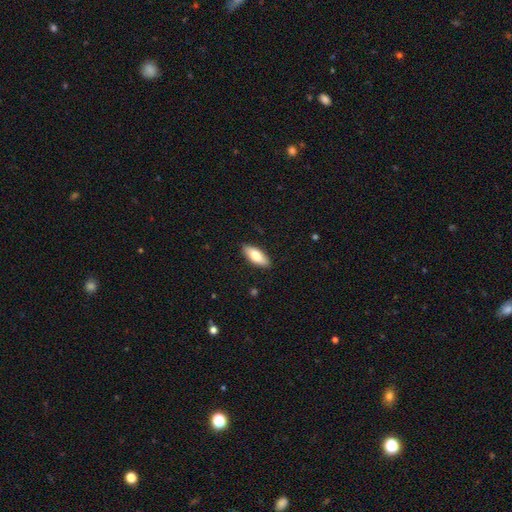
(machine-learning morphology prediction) This is likely a smooth galaxy (80%). How rounded: clearly in between (81%). Merging: clearly none (88%).